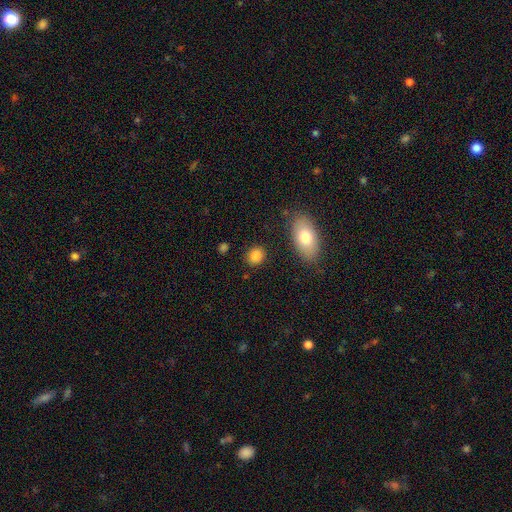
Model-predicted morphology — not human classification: Overall: smooth (85%). How rounded: round (62%; in between 36%). Merging: none (86%).